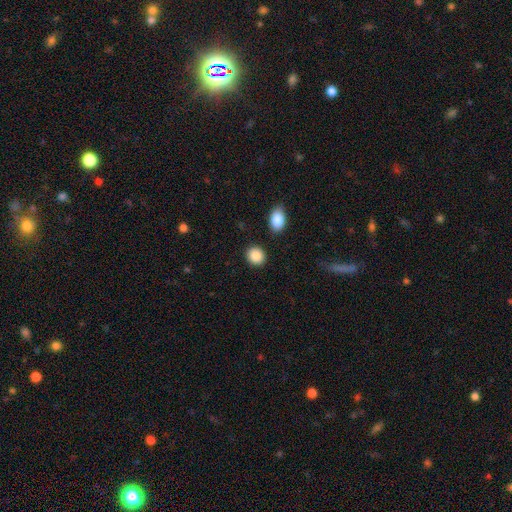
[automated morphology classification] smooth 89%, star or artifact 8%, featured or disk 3%. Down the decision tree: how rounded — round (72%); merging — none (87%).